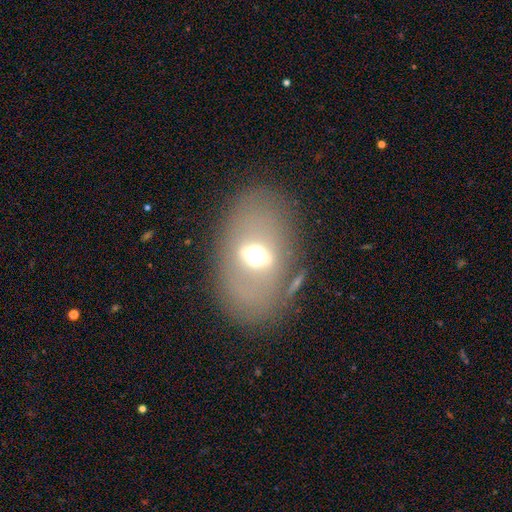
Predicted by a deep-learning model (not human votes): The model was most divided on "smooth or featured": smooth: 44%, featured or disk: 40%, star or artifact: 16%. More confident: merging — none (68%).